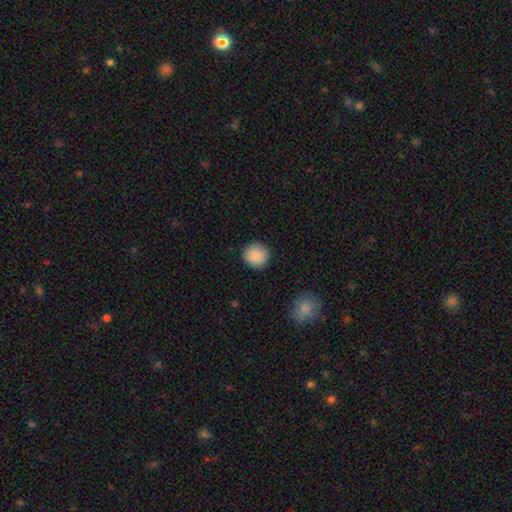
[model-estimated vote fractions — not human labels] smooth 89%, star or artifact 7%, featured or disk 3%. Down the decision tree: how rounded — round (93%); merging — none (91%).